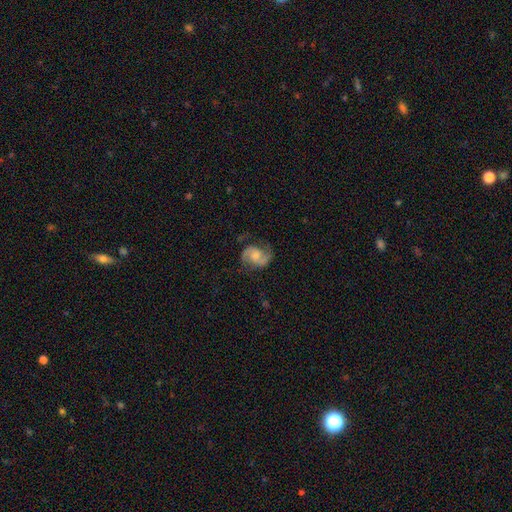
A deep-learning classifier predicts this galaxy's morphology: featured or disk 80%, smooth 14%, star or artifact 6%. Down the decision tree: edge-on disk — no (98%); bar — no (55%); spiral arms — yes (96%); spiral arm count — 2 (92%); spiral winding — medium (53%); bulge size — moderate (48%); merging — none (75%).